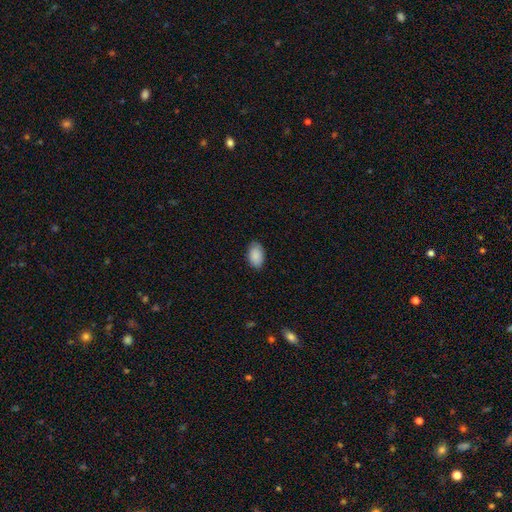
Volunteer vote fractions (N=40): Smooth or featured?
  - smooth: 98% *
  - star or artifact: 2%
  - featured or disk: 0%
How rounded?
  - in between: 90% *
  - round: 8%
  - cigar-shaped: 3%
Merging?
  - none: 82% *
  - minor disturbance: 18%
  - major disturbance: 0%
  - merger: 0%